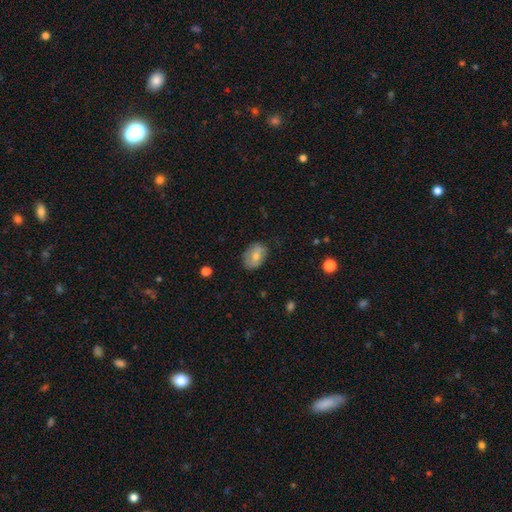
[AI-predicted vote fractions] Morphology: type=smooth (62%); roundness=in between (78%); merging=none (76%).